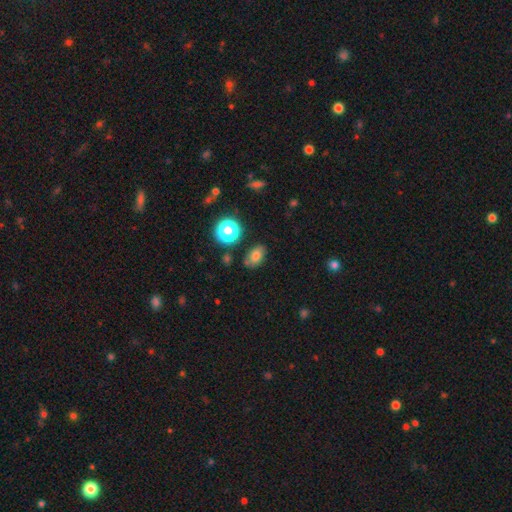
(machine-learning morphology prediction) Smooth or featured: smooth — 74% (star or artifact — 16%)
How rounded: in between — 82% (round — 16%)
Merging: none — 76% (minor disturbance — 16%)